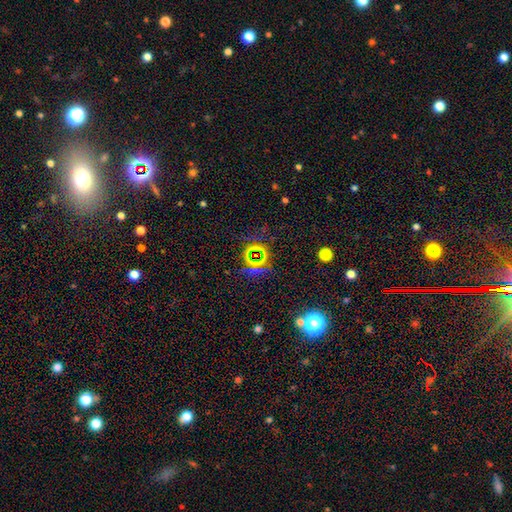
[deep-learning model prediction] This is likely a star or artifact rather than a galaxy (68%).